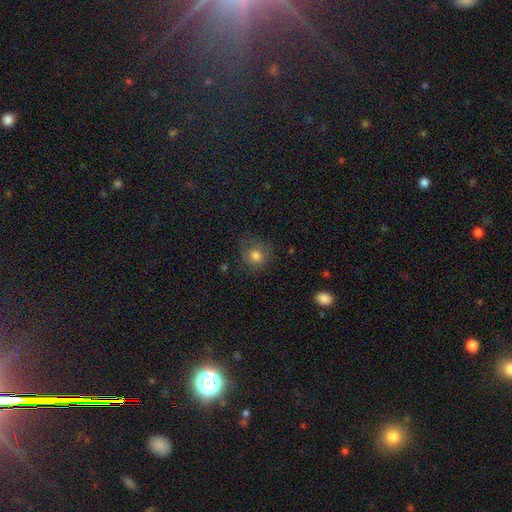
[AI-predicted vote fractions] Morphology: type=smooth (68%); roundness=round (79%); merging=none (69%).